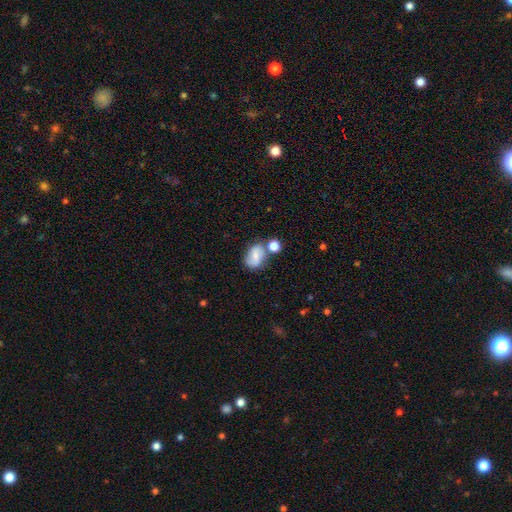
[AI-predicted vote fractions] smooth-or-featured: smooth: 54% | featured or disk: 35% | star or artifact: 10%
  how-rounded: in between: 71% | round: 28% | cigar-shaped: 2%
  merging: none: 51% | merger: 23% | minor disturbance: 20% | major disturbance: 7%